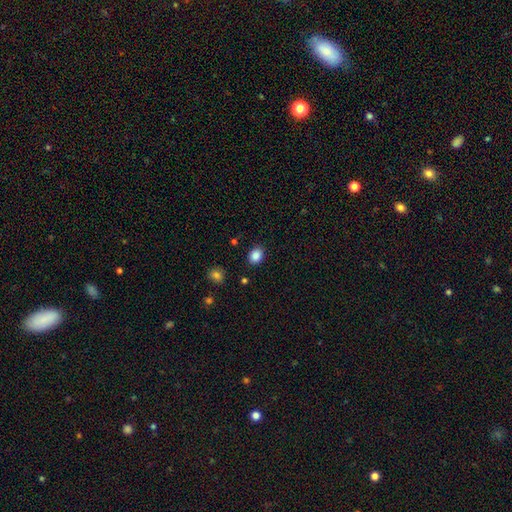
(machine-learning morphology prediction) Smooth or featured? Predicted: smooth (p=0.87). How rounded? Predicted: in between (p=0.58). Merging? Predicted: none (p=0.87).